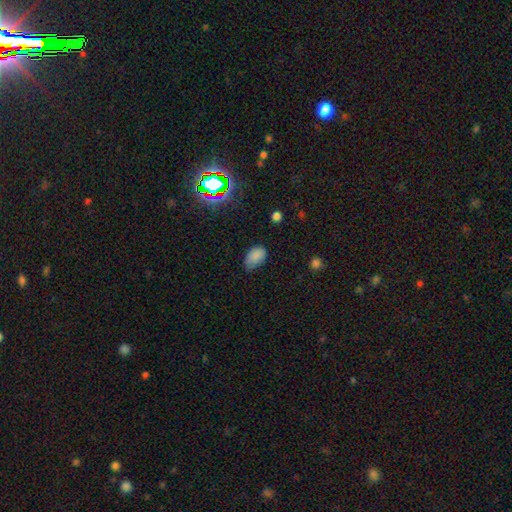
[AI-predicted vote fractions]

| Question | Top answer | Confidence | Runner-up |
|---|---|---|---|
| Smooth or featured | smooth | 81% | star or artifact (13%) |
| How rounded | in between | 90% | round (9%) |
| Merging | none | 57% | minor disturbance (35%) |